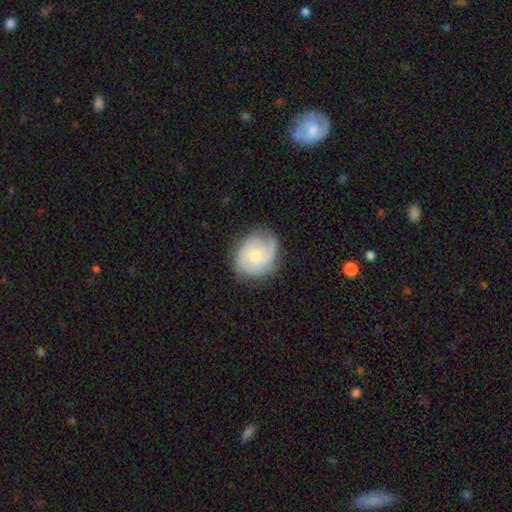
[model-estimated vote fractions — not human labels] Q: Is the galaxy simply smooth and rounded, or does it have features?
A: featured or disk — 70%.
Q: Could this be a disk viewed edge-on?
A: no — 98%.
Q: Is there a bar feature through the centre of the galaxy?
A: no — 72%.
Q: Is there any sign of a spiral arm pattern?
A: yes — 92%.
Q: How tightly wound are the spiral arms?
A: tight — 42%.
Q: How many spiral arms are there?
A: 2 — 34%.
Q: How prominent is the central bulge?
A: small — 50%.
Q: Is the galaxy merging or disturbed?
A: none — 68%.